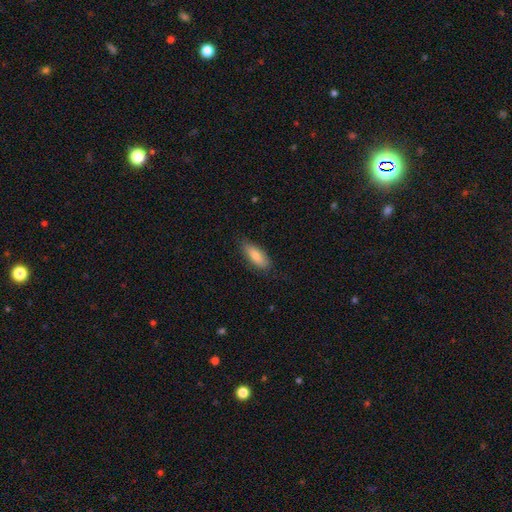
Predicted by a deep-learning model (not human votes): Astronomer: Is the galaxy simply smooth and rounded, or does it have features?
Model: smooth — 77%.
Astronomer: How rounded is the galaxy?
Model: in between — 71%.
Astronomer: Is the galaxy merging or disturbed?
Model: none — 80%.